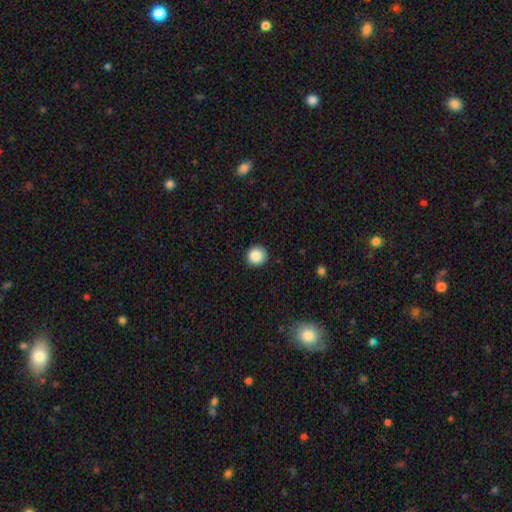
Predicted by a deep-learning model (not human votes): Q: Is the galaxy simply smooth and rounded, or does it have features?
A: smooth — 88%.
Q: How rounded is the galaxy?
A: round — 92%.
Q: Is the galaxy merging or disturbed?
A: none — 91%.